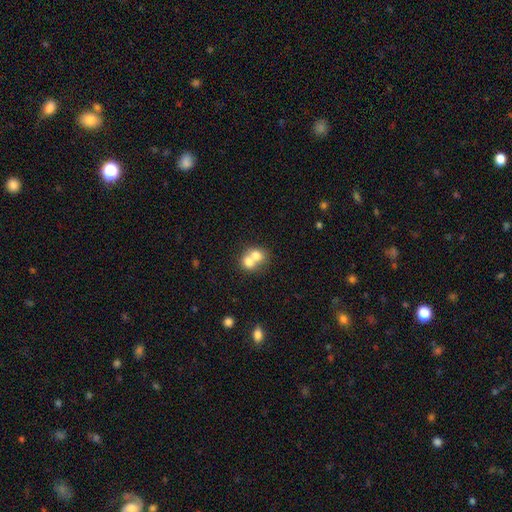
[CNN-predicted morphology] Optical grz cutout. It shows a smooth galaxy with no disk features (71%) that is round (62%). Merging: merger (72%).